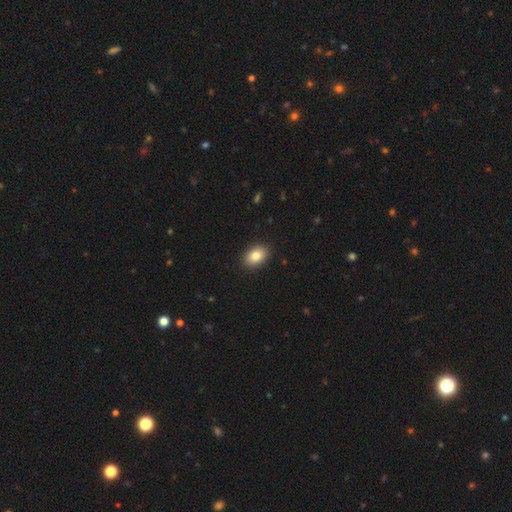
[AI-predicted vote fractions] Overall: smooth (83%). How rounded: in between (83%). Merging: none (90%).